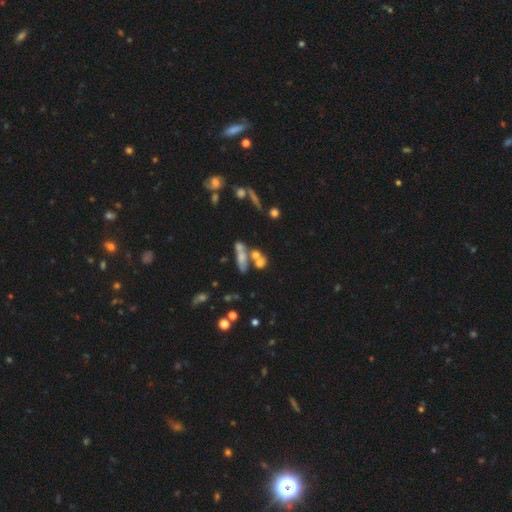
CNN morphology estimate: Overall: smooth (45%; featured or disk 32%). Merging: merger (42%; none 39%).